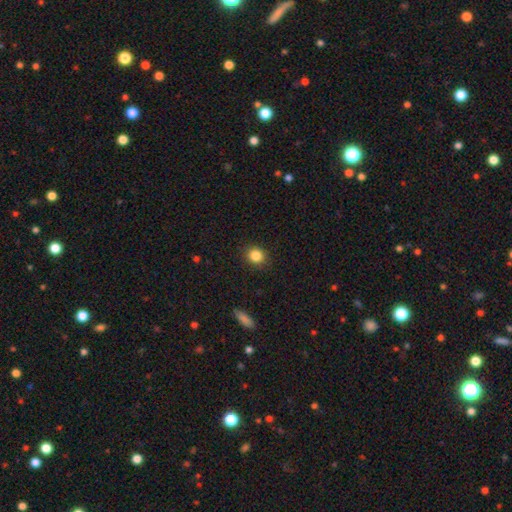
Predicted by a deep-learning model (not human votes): Q: Smooth or featured?
A: smooth (85%); runner-up: star or artifact (10%)
Q: How rounded?
A: round (78%); runner-up: in between (21%)
Q: Merging?
A: none (90%); runner-up: minor disturbance (7%)